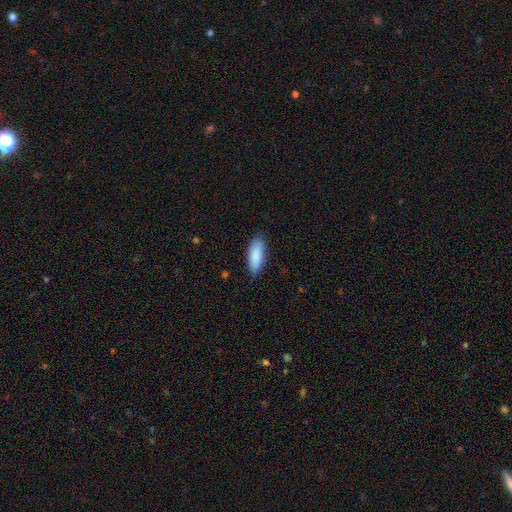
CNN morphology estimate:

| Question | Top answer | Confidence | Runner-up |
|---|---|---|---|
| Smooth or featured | smooth | 88% | featured or disk (6%) |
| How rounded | in between | 76% | cigar-shaped (22%) |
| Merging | none | 82% | minor disturbance (14%) |